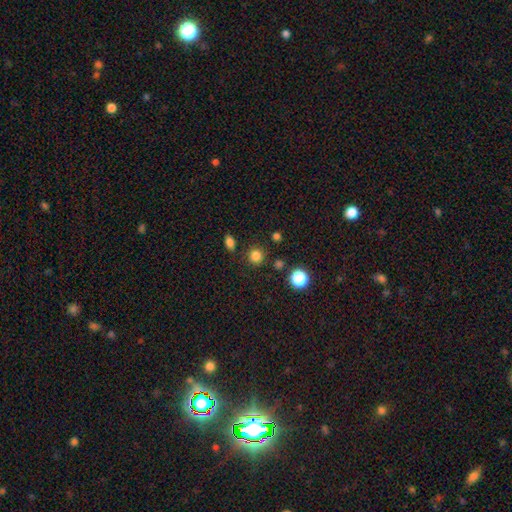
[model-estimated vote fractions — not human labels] Smooth or featured? Predicted: smooth (p=0.81). How rounded? Predicted: round (p=0.92). Merging? Predicted: none (p=0.86).